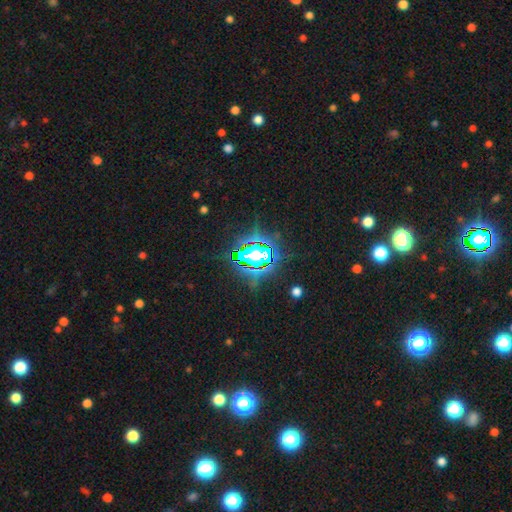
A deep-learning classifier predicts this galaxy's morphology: Smooth or featured?
  - star or artifact: 77% *
  - smooth: 13%
  - featured or disk: 10%